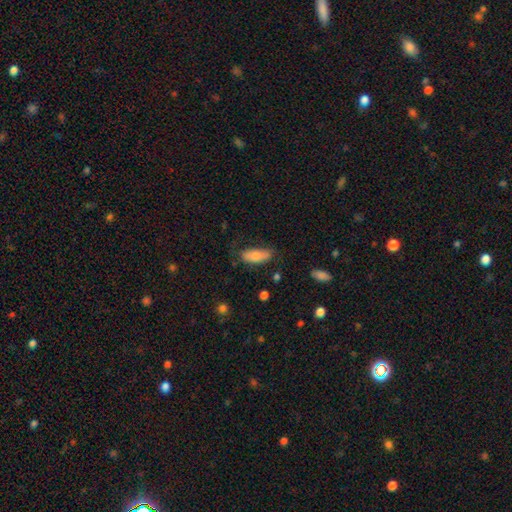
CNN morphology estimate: A smooth galaxy with no disk features (80%) that is in between round and cigar-shaped (77%). Merging: none (68%).